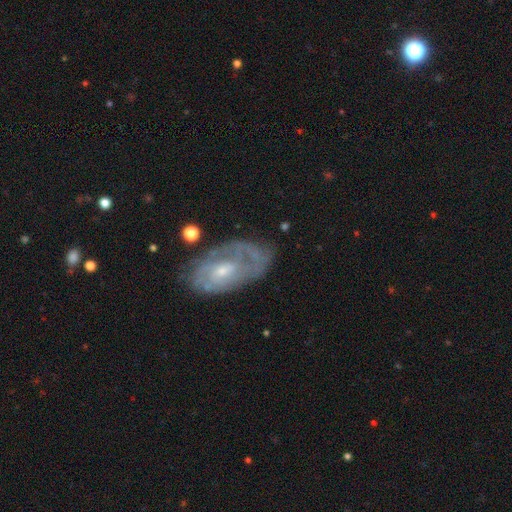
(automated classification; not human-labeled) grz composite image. It shows a featured or disk galaxy (74%) with no bar (63%), tight (56%) spiral arms (78%) and a small central bulge (61%). Merging: none (58%).